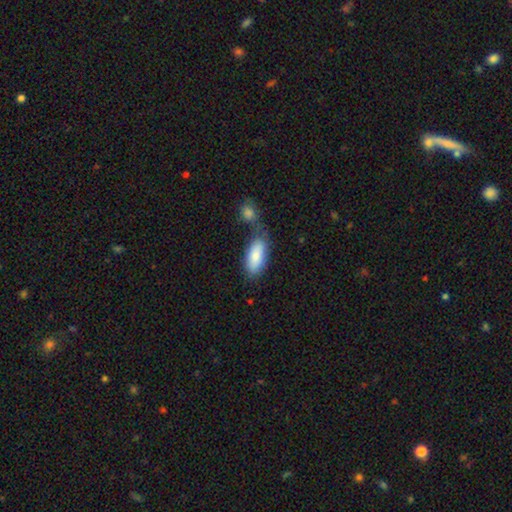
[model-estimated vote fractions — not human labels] This is clearly a smooth galaxy (85%). How rounded: clearly in between (85%). Merging: possibly none (55%).